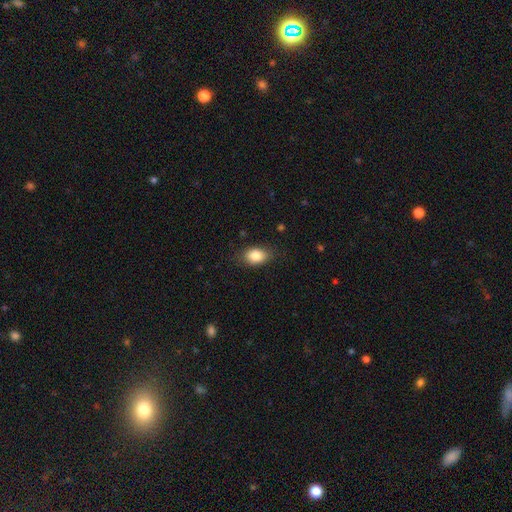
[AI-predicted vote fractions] Smooth or featured? smooth (84%)
How rounded? in between (81%)
Merging? none (81%)